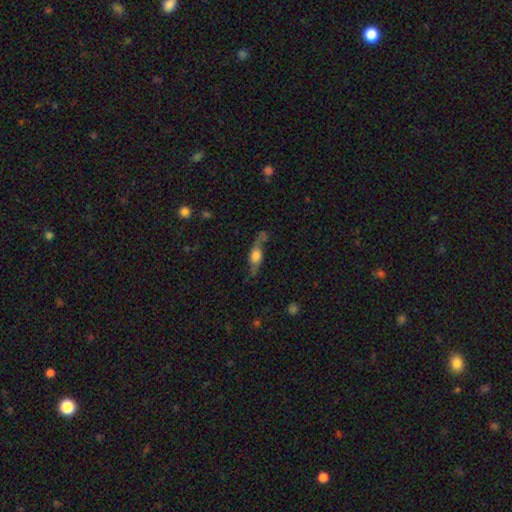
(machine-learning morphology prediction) This appears to be a featured or disk galaxy (63%) viewed edge-on (59%). Merging: none (62%).